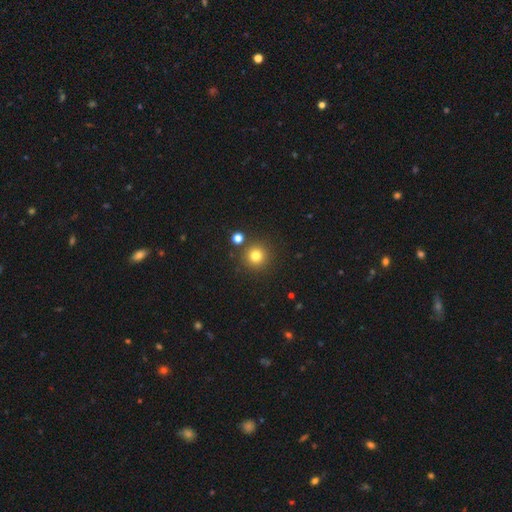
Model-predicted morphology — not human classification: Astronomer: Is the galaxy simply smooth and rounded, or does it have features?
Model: smooth — 79%.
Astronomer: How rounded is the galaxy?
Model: round — 95%.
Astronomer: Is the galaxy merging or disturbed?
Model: none — 86%.